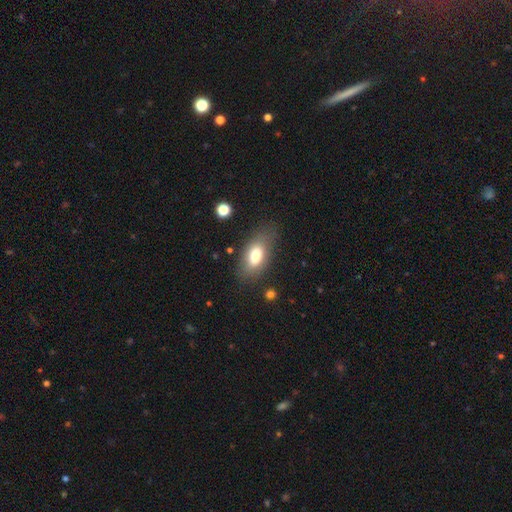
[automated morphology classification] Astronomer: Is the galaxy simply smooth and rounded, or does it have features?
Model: smooth — 74%.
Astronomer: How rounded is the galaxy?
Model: in between — 87%.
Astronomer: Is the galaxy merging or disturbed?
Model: none — 75%.